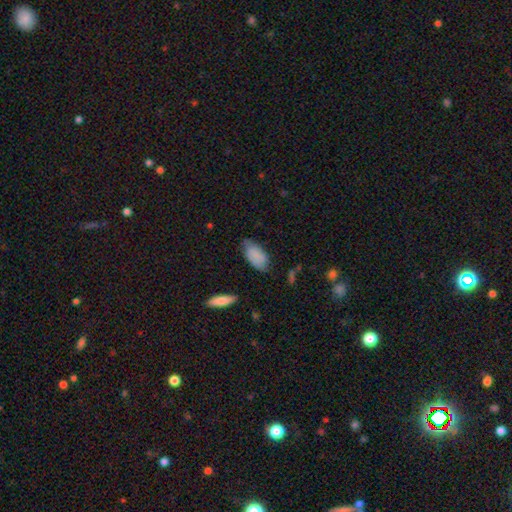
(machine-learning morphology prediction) type=smooth (81%); roundness=in between (93%); merging=none (66%).